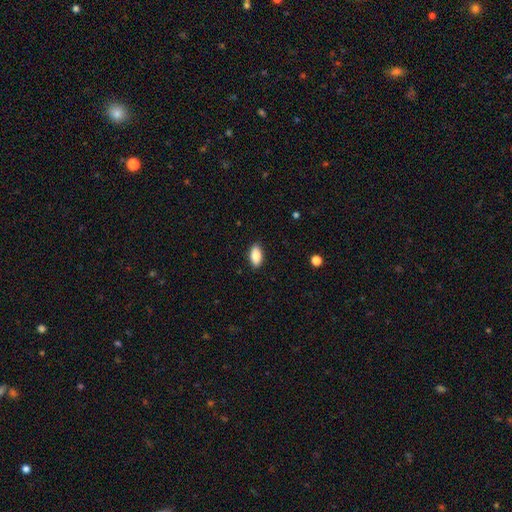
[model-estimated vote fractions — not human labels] Q: Smooth or featured?
A: smooth (85%); runner-up: featured or disk (8%)
Q: How rounded?
A: in between (92%); runner-up: cigar-shaped (5%)
Q: Merging?
A: none (89%); runner-up: minor disturbance (9%)